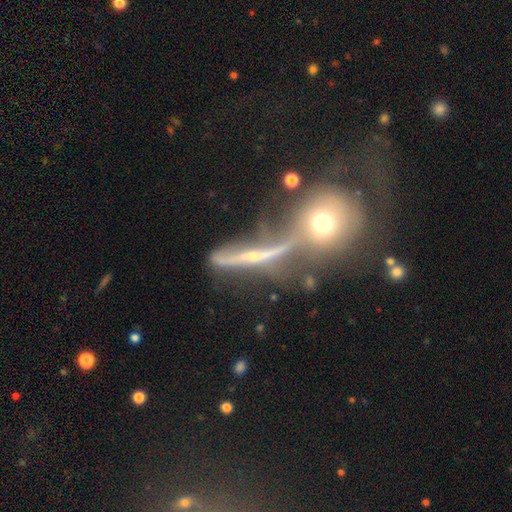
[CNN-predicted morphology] Smooth or featured? featured or disk (68%)
Edge-on disk? yes (76%)
Edge-on bulge? rounded (64%)
Merging? none (44%)